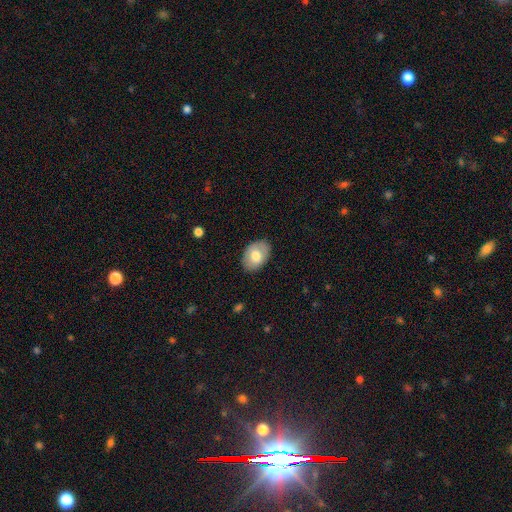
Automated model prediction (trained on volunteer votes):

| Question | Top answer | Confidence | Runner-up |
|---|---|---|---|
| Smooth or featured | smooth | 72% | featured or disk (22%) |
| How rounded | in between | 84% | round (15%) |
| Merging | none | 85% | minor disturbance (11%) |